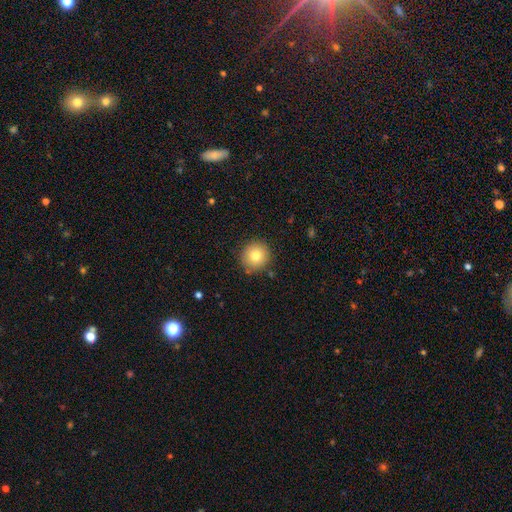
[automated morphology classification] type=smooth (80%); roundness=round (92%); merging=none (87%).